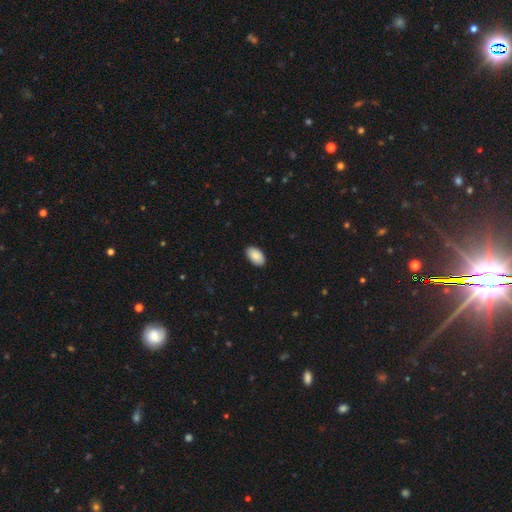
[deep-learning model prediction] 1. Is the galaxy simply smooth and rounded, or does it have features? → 90% smooth, 6% star or artifact, 4% featured or disk.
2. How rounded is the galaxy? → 95% in between, 3% round, 1% cigar-shaped.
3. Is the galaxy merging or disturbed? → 90% none, 8% minor disturbance, 2% major disturbance, 1% merger.